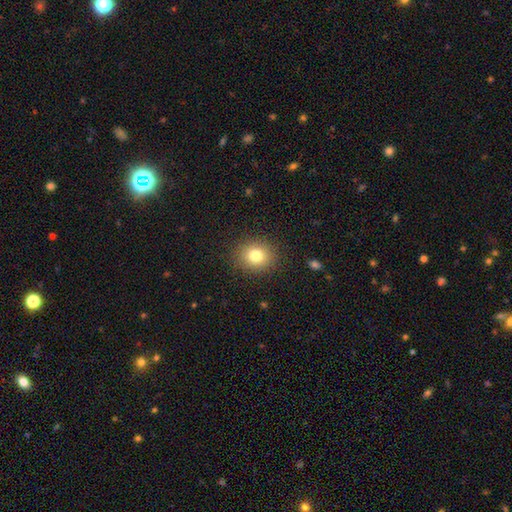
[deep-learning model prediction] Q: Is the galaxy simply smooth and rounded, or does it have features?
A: smooth — 79%.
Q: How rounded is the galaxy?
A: round — 75%.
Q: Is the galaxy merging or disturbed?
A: none — 89%.